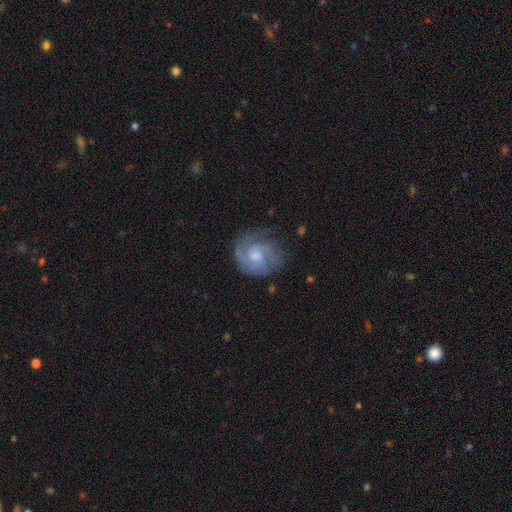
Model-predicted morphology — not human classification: Overall: featured or disk (78%). Edge-on disk: no (98%). Bar: no (63%; weak 33%). Spiral arms: yes (94%). Spiral arm count: 3 (32%; 2 26%). Spiral winding: tight (48%; medium 40%). Bulge size: moderate (45%; small 41%). Merging: none (67%).